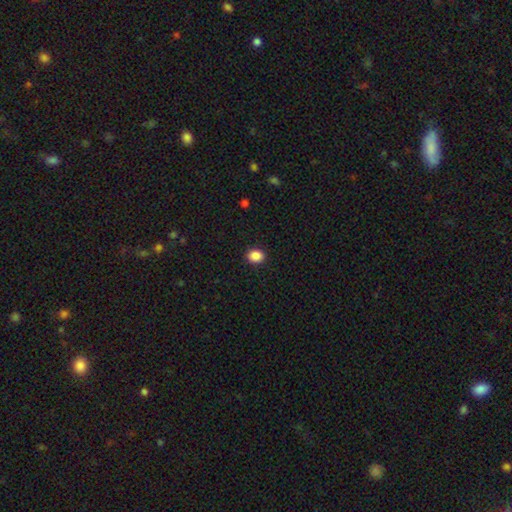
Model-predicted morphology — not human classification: This appears to be a smooth galaxy with no disk features (88%) that is round (54%). Merging: none (91%).